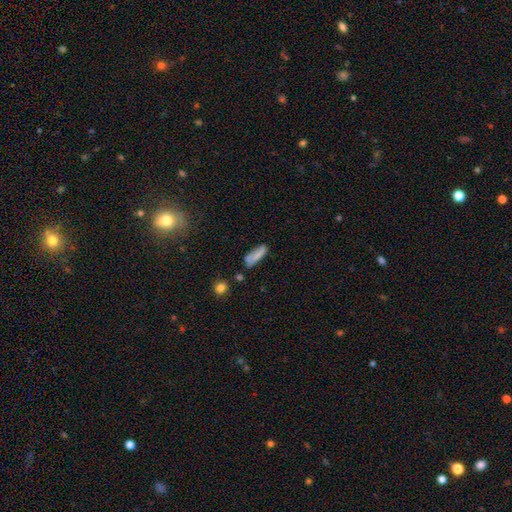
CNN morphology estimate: Smooth or featured?
  - smooth: 77% *
  - featured or disk: 14%
  - star or artifact: 8%
How rounded?
  - cigar-shaped: 49% * (tied)
  - in between: 49% * (tied)
  - round: 2%
Merging?
  - none: 59% *
  - minor disturbance: 25%
  - major disturbance: 8%
  - merger: 8%